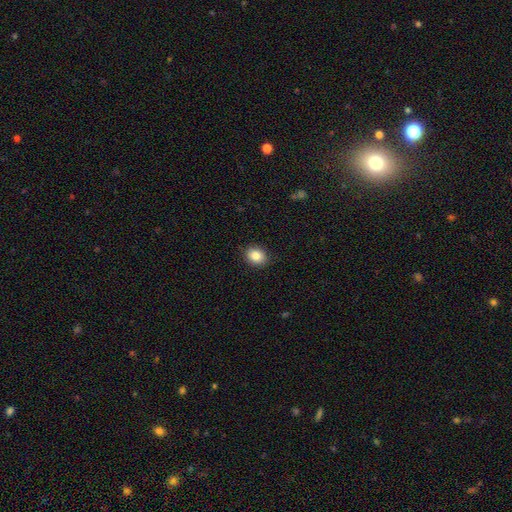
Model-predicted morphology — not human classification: smooth_or_featured: smooth (p=0.86) [alt: star or artifact p=0.08]
how_rounded: in between (p=0.56) [alt: round p=0.43]
merging: none (p=0.88) [alt: minor disturbance p=0.09]